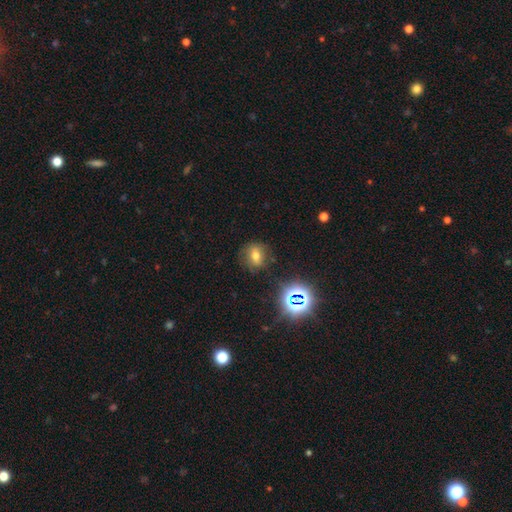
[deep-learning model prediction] Overall: smooth (59%; star or artifact 24%). How rounded: round (60%; in between 38%). Merging: none (78%).